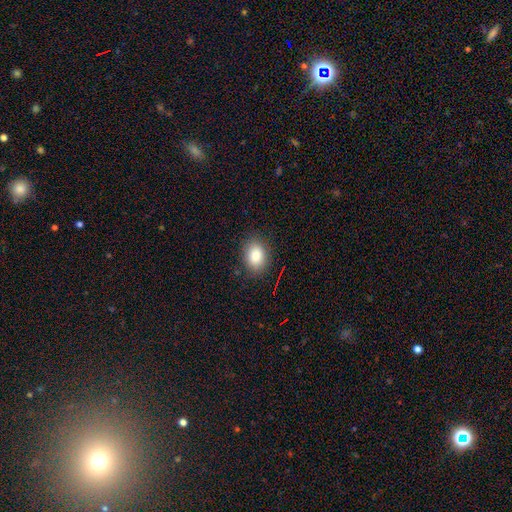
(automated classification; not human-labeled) A smooth galaxy with no disk features (85%) that is in between round and cigar-shaped (71%). Merging: none (85%).